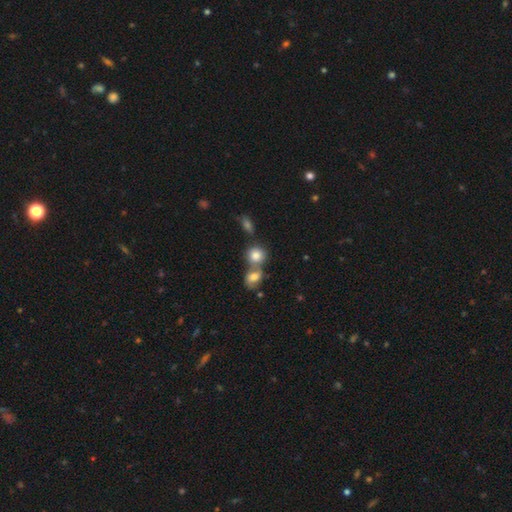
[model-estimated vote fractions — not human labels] Morphology: type=smooth (80%); roundness=round (72%); merging=merger (51%).